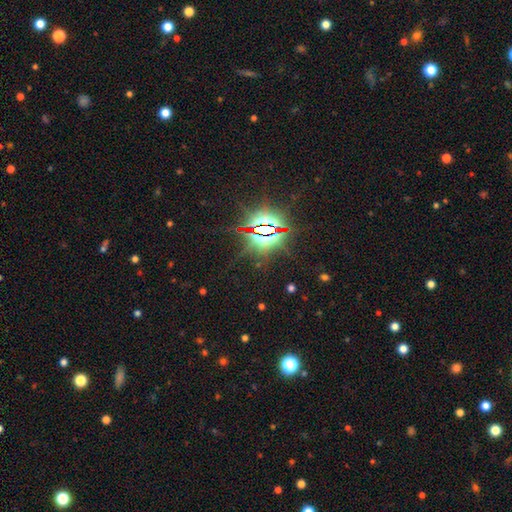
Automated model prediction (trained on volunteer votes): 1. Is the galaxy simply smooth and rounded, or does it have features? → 85% star or artifact, 8% smooth, 6% featured or disk.